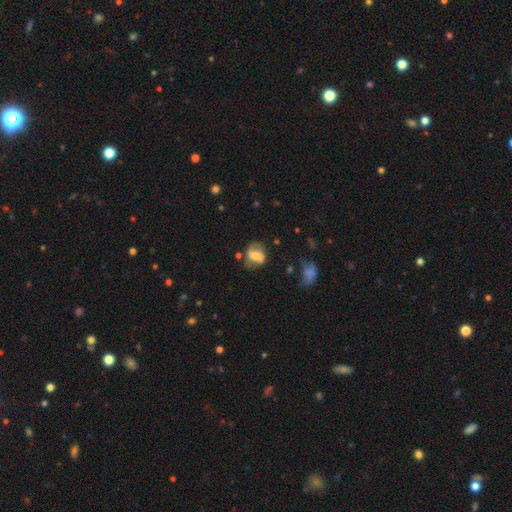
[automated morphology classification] Smooth or featured: smooth — 49% (featured or disk — 42%)
Merging: none — 51% (minor disturbance — 27%)